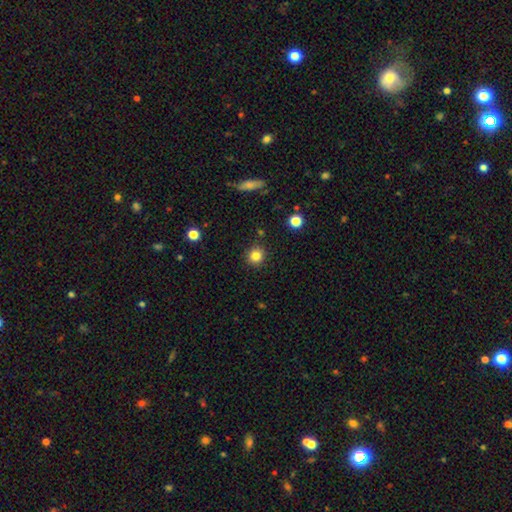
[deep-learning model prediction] smooth-or-featured: smooth: 83% | star or artifact: 11% | featured or disk: 5%
  how-rounded: round: 91% | in between: 8% | cigar-shaped: 1%
  merging: none: 90% | minor disturbance: 6% | major disturbance: 2% | merger: 2%